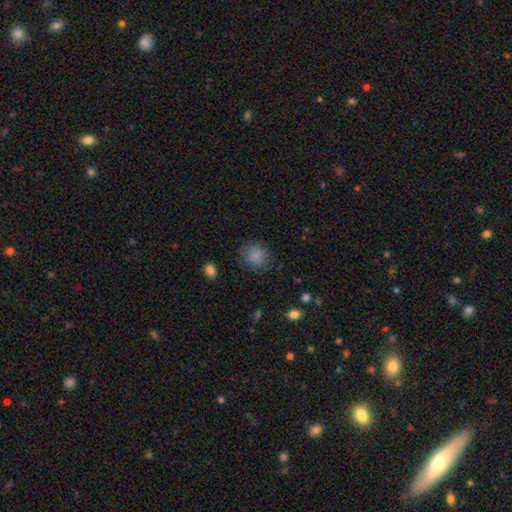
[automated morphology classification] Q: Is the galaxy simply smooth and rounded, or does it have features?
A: smooth — 84%.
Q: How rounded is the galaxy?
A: round — 80%.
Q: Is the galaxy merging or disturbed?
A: none — 80%.